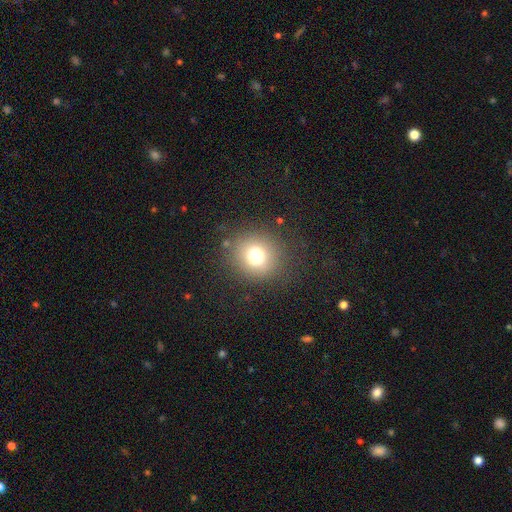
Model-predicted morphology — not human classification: Q: Smooth or featured?
A: smooth (74%); runner-up: star or artifact (15%)
Q: How rounded?
A: round (88%); runner-up: in between (11%)
Q: Merging?
A: none (85%); runner-up: minor disturbance (9%)